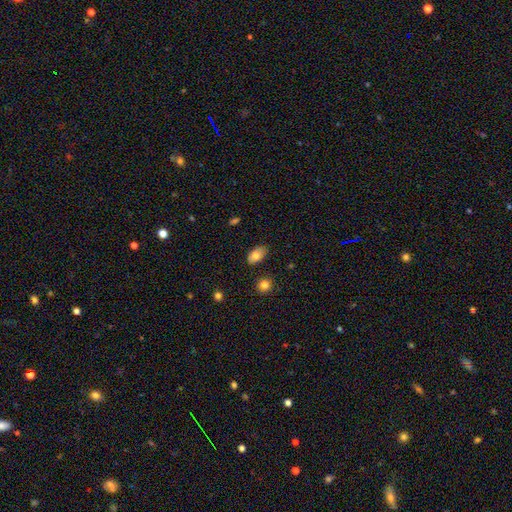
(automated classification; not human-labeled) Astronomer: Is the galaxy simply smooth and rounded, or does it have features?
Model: smooth — 79%.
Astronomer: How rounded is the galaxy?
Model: in between — 91%.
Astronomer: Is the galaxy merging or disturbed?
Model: none — 80%.